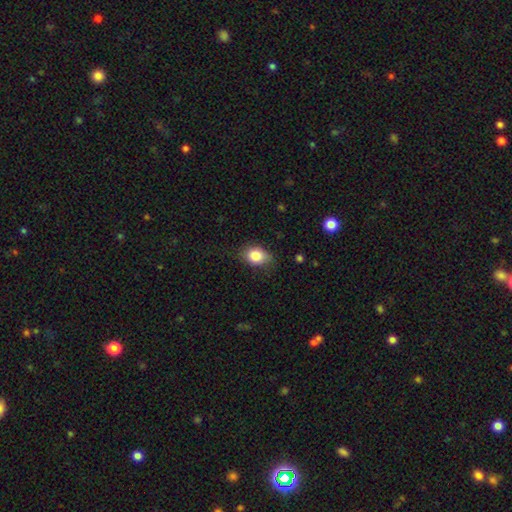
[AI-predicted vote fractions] Smooth or featured? smooth (85%)
How rounded? in between (67%)
Merging? none (76%)